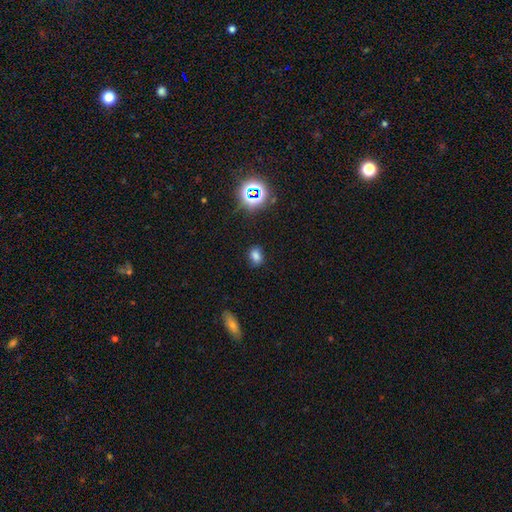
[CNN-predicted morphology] smooth 72%, star or artifact 21%, featured or disk 7%. Down the decision tree: how rounded — in between (66%); merging — none (81%).